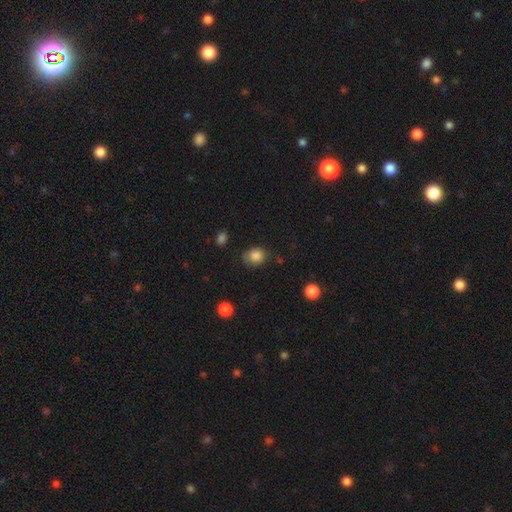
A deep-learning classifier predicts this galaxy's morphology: smooth_or_featured: smooth (p=0.85) [alt: star or artifact p=0.10]
how_rounded: round (p=0.59) [alt: in between p=0.40]
merging: none (p=0.66) [alt: minor disturbance p=0.25]